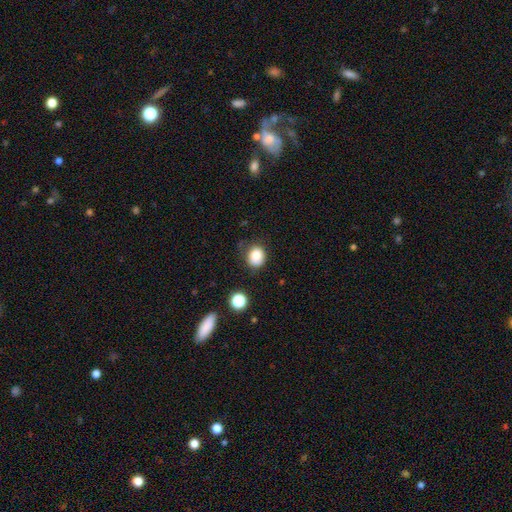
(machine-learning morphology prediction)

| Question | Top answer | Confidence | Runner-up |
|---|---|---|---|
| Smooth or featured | smooth | 82% | star or artifact (11%) |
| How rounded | round | 65% | in between (34%) |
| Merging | none | 70% | minor disturbance (21%) |